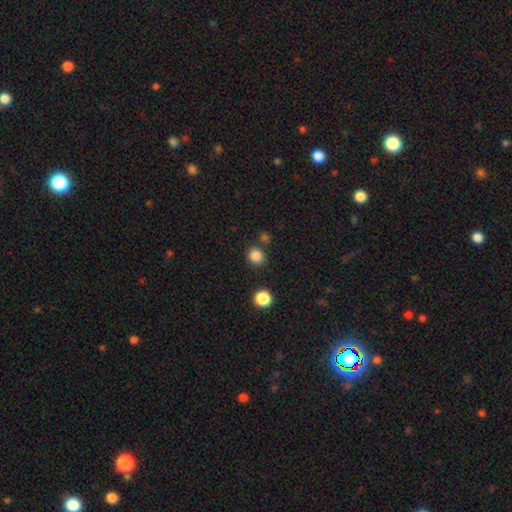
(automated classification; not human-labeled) Smooth or featured? Predicted: smooth (p=0.84). How rounded? Predicted: round (p=0.86). Merging? Predicted: none (p=0.82).